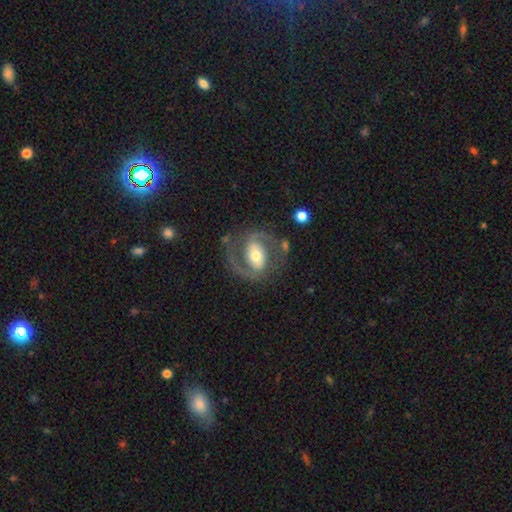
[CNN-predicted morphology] This is clearly a featured or disk galaxy (85%). It is clearly not viewed edge-on (97%). Bar: marginally strong (38%). Spiral arm pattern: clearly yes (93%). Spiral arm count: clearly 2 (90%). Spiral winding: possibly medium (58%). Central bulge: likely moderate (65%). Merging: likely none (71%).